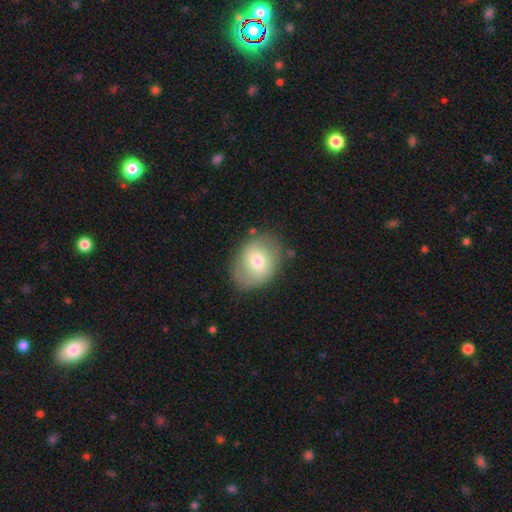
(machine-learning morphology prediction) A smooth galaxy with no disk features (63%) that is in between round and cigar-shaped (58%).

Vote fractions:
- Smooth or featured? smooth: 63% / featured or disk: 29% / star or artifact: 8%
- How rounded? in between: 58% / round: 41% / cigar-shaped: 1%
- Merging? none: 78% / minor disturbance: 15% / major disturbance: 5% / merger: 2%